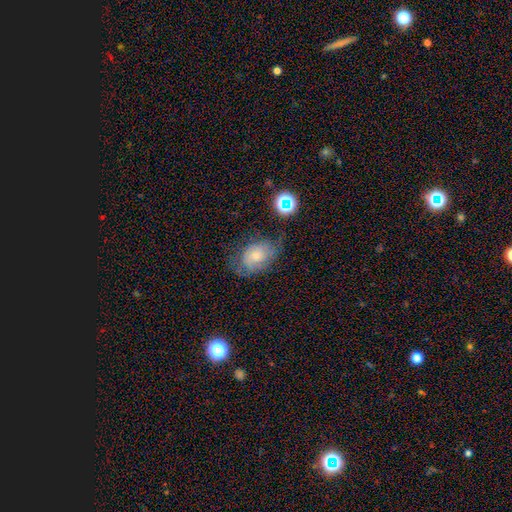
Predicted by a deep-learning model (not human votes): Smooth or featured?
  - smooth: 48% *
  - featured or disk: 40%
  - star or artifact: 12%
Merging?
  - none: 49% *
  - minor disturbance: 30%
  - major disturbance: 18%
  - merger: 3%